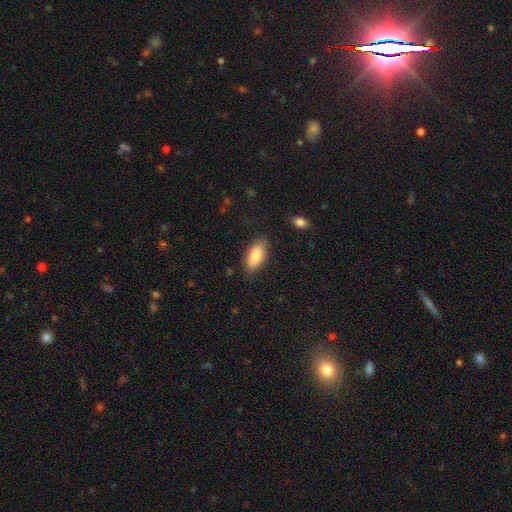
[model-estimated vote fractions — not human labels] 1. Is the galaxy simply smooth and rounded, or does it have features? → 84% smooth, 10% featured or disk, 6% star or artifact.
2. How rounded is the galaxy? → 86% in between, 11% cigar-shaped, 2% round.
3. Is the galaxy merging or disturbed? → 81% none, 14% minor disturbance, 3% major disturbance, 1% merger.